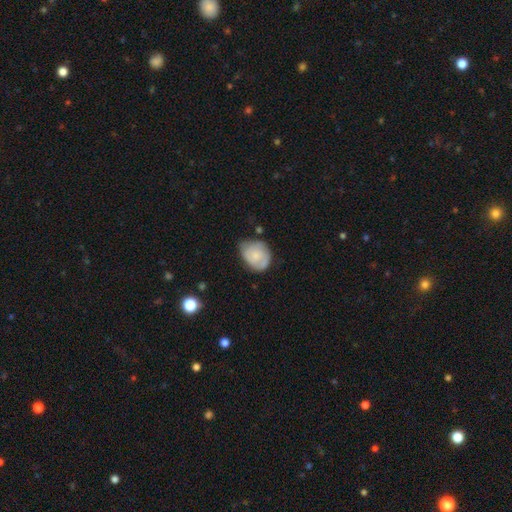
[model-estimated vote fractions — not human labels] This is likely a smooth galaxy (66%). How rounded: possibly in between (54%). Merging: possibly none (48%).